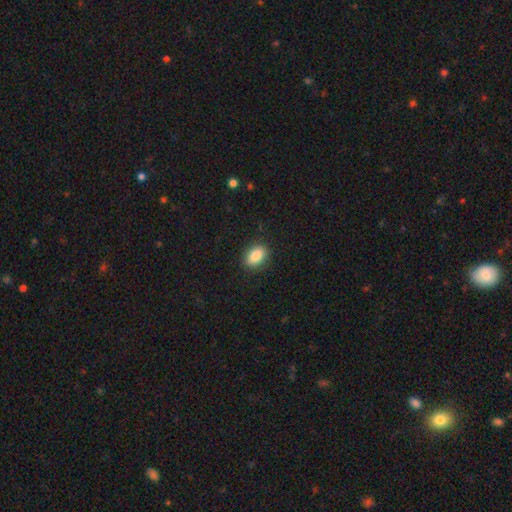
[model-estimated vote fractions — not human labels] smooth_or_featured: smooth (p=0.87) [alt: star or artifact p=0.08]
how_rounded: in between (p=0.85) [alt: round p=0.13]
merging: none (p=0.88) [alt: minor disturbance p=0.09]